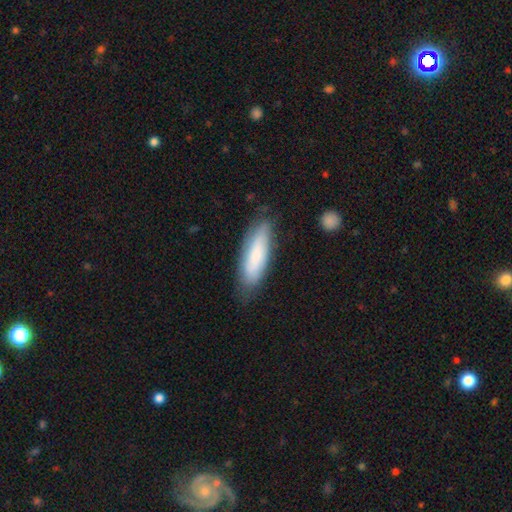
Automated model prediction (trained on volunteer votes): Q: Smooth or featured?
A: smooth (70%); runner-up: featured or disk (24%)
Q: How rounded?
A: cigar-shaped (54%); runner-up: in between (45%)
Q: Merging?
A: none (76%); runner-up: minor disturbance (18%)